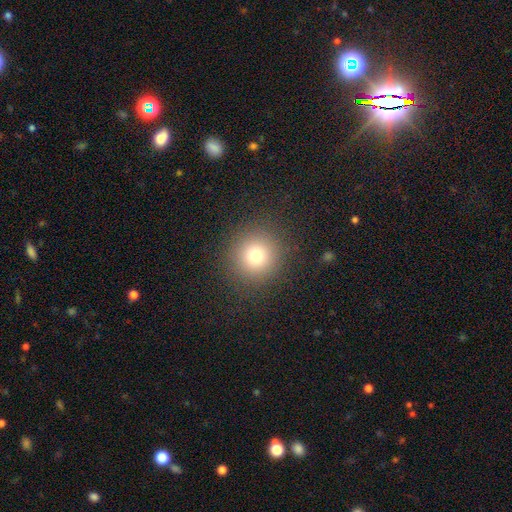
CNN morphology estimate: smooth 77%, star or artifact 14%, featured or disk 9%. Down the decision tree: how rounded — round (94%); merging — none (90%).